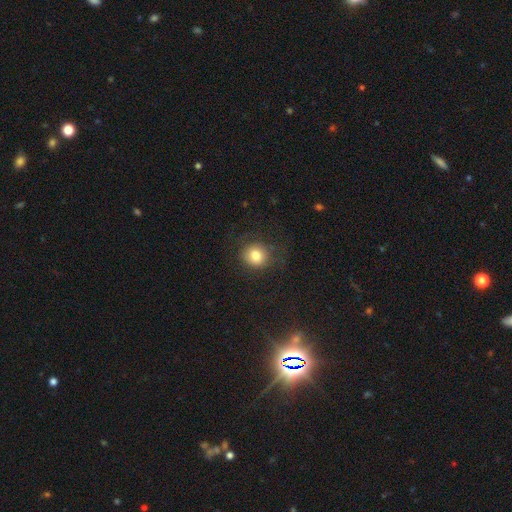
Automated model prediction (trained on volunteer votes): The model was most divided on "merging": none: 79%, minor disturbance: 13%, major disturbance: 7%, merger: 1%. More confident: how rounded — round (88%); smooth or featured — smooth (80%).